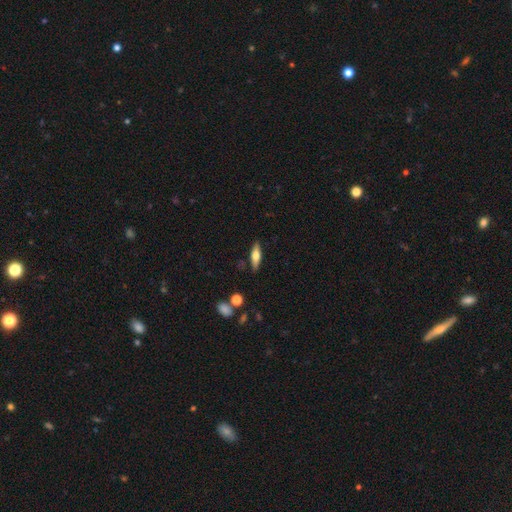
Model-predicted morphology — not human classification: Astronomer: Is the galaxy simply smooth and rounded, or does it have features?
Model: smooth — 50% (runner-up: featured or disk, 43%).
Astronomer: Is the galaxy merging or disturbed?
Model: none — 86%.